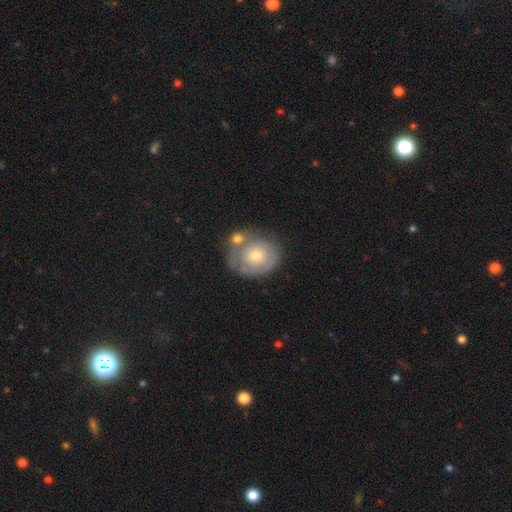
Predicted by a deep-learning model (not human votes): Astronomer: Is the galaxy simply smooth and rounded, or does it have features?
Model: smooth — 51% (runner-up: featured or disk, 42%).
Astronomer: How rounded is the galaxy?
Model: round — 69%.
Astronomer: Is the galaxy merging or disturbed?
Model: none — 46% (runner-up: merger, 28%).